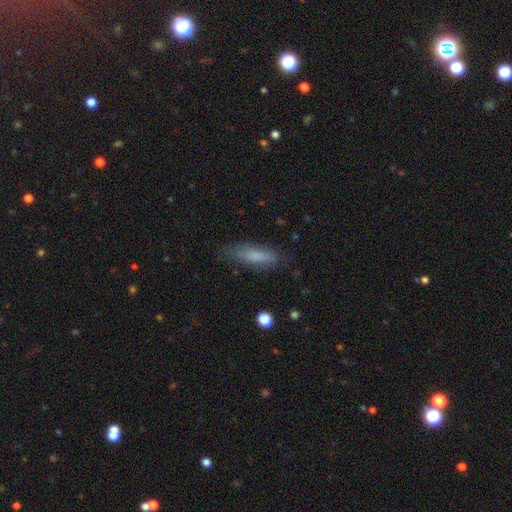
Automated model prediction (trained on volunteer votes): smooth_or_featured: smooth (p=0.77) [alt: featured or disk p=0.16]
how_rounded: cigar-shaped (p=0.57) [alt: in between p=0.41]
merging: none (p=0.76) [alt: minor disturbance p=0.18]